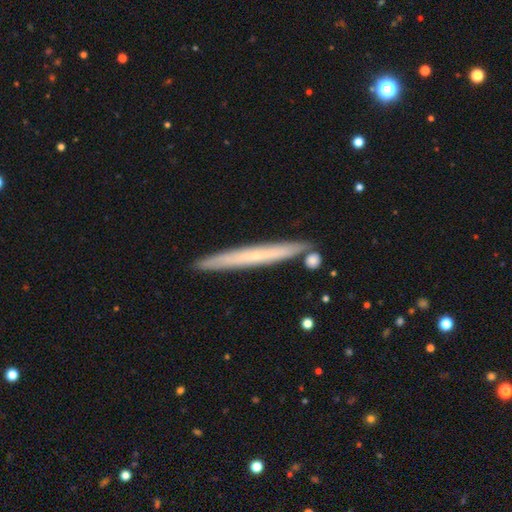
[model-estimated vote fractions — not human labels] This appears to be a featured or disk galaxy (53%) viewed edge-on (93%). Merging: none (87%).